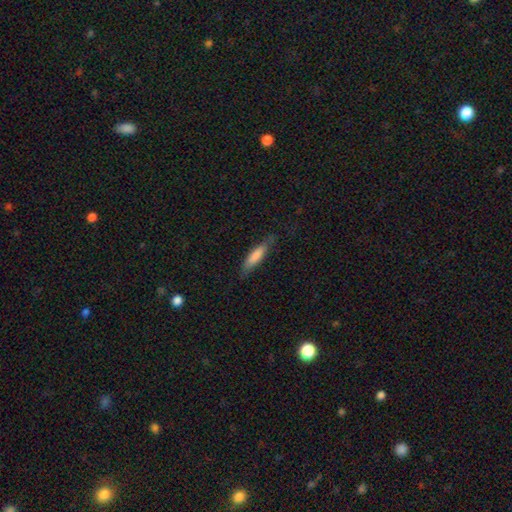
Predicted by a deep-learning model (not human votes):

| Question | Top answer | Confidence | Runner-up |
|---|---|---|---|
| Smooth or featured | smooth | 75% | featured or disk (19%) |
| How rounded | cigar-shaped | 74% | in between (24%) |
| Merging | none | 75% | minor disturbance (19%) |